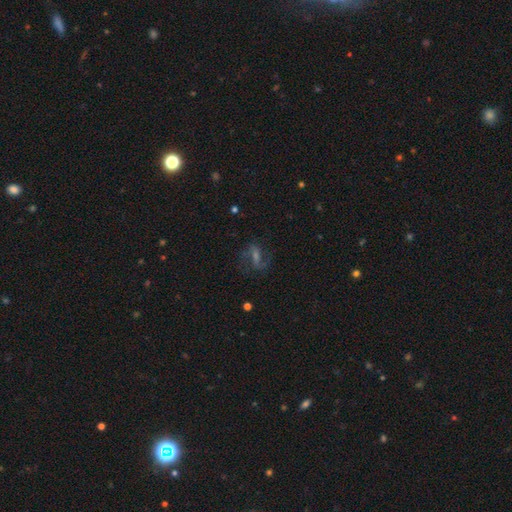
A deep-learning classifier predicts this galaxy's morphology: Q: Smooth or featured?
A: featured or disk (66%); runner-up: star or artifact (18%)
Q: Edge-on disk?
A: no (95%); runner-up: yes (5%)
Q: Bar?
A: weak (47%); runner-up: strong (30%)
Q: Spiral arms?
A: yes (91%); runner-up: no (9%)
Q: Spiral winding?
A: medium (45%); runner-up: loose (42%)
Q: Spiral arm count?
A: 2 (84%); runner-up: can't tell (7%)
Q: Bulge size?
A: small (40%); runner-up: moderate (35%)
Q: Merging?
A: none (72%); runner-up: minor disturbance (14%)